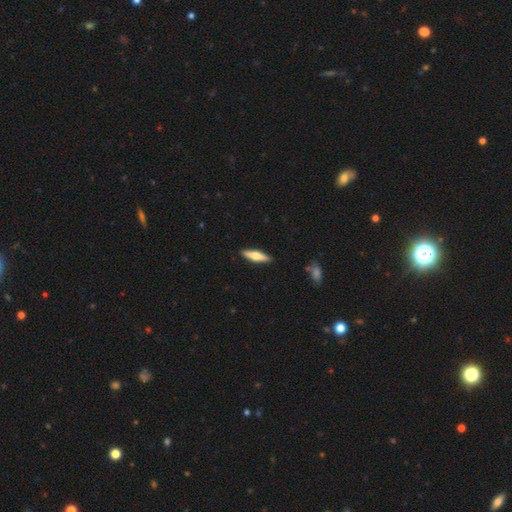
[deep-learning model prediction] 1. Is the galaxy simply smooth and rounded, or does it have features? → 48% smooth, 47% featured or disk, 5% star or artifact.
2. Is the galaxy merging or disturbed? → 90% none, 7% minor disturbance, 2% major disturbance, 1% merger.